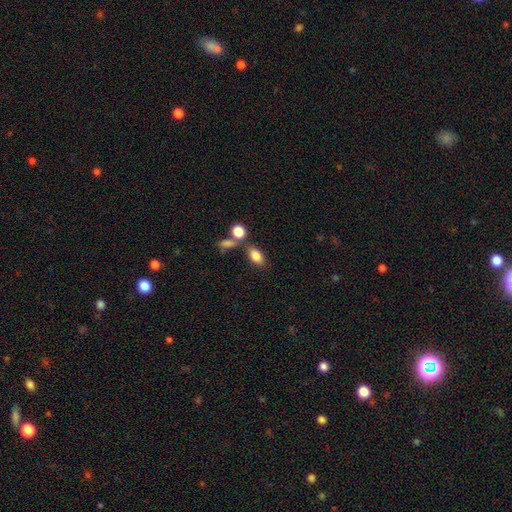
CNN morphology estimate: smooth 82%, featured or disk 9%, star or artifact 9%. Down the decision tree: how rounded — in between (86%); merging — none (63%).